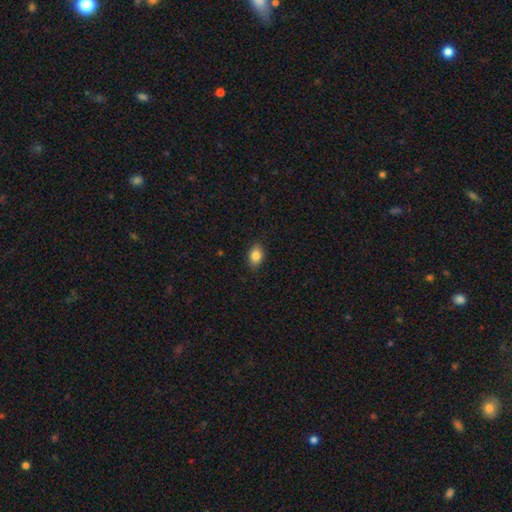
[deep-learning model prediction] Smooth or featured: smooth — 85% (star or artifact — 8%)
How rounded: in between — 81% (round — 17%)
Merging: none — 87% (minor disturbance — 10%)